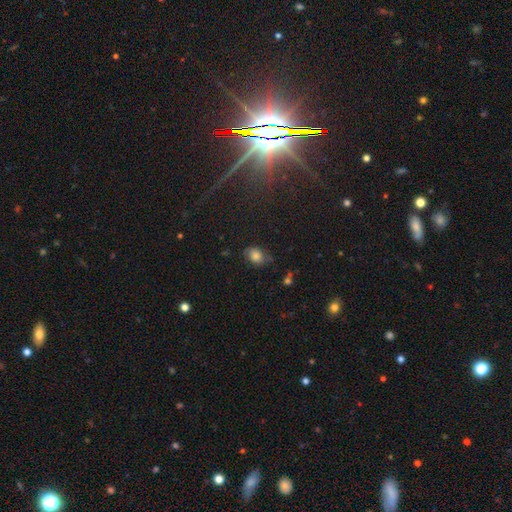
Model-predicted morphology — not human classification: The model was most divided on "how rounded": in between: 62%, round: 36%, cigar-shaped: 1%. More confident: smooth or featured — smooth (78%); merging — none (67%).